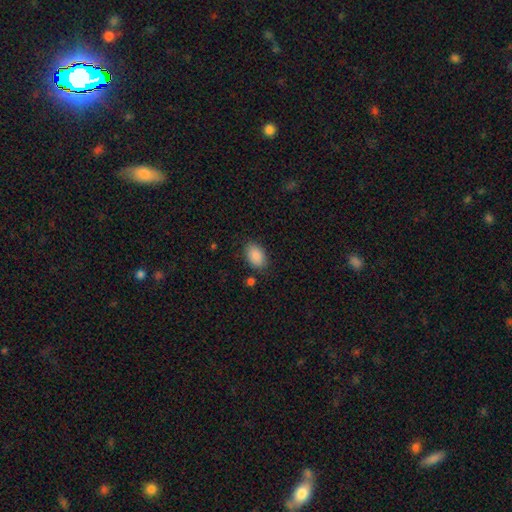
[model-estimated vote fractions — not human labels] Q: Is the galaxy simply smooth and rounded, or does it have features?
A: smooth — 89%.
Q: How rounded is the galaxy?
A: in between — 88%.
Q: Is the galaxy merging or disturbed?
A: none — 81%.